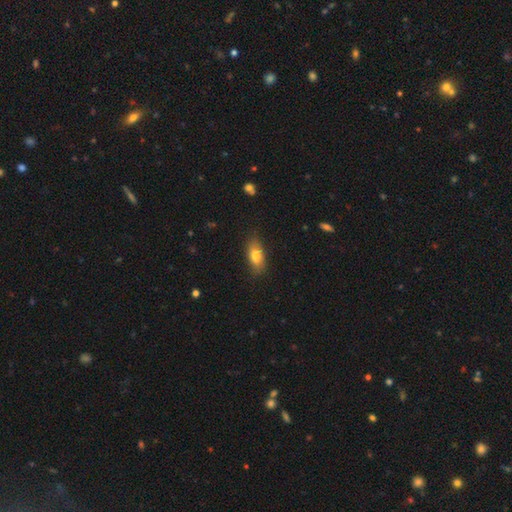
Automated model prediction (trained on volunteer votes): Morphology: type=smooth (79%); roundness=in between (83%); merging=none (81%).